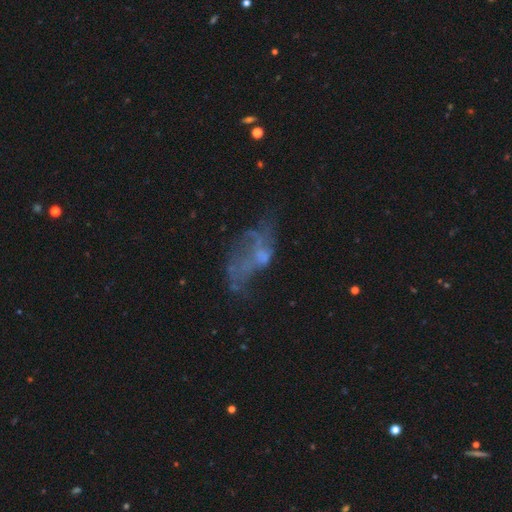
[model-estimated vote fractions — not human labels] smooth_or_featured: featured or disk (p=0.56) [alt: smooth p=0.23]
disk_edge_on: no (p=0.93) [alt: yes p=0.07]
bar: no (p=0.82) [alt: weak p=0.15]
has_spiral_arms: no (p=0.75) [alt: yes p=0.25]
bulge_size: none (p=0.45) [alt: small p=0.33]
merging: none (p=0.38) [alt: major disturbance p=0.35]